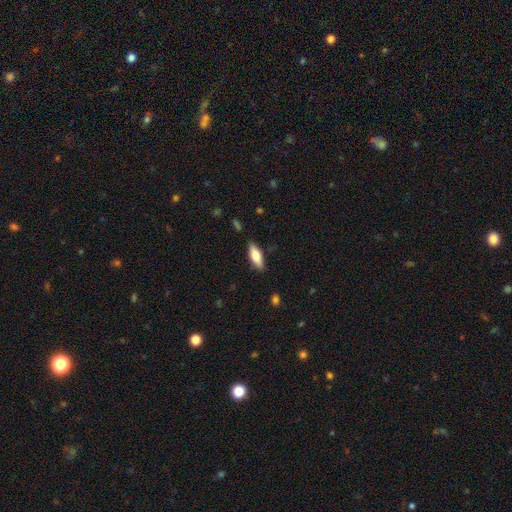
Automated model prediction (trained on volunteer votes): Smooth or featured? smooth (67%)
How rounded? in between (66%)
Merging? none (86%)